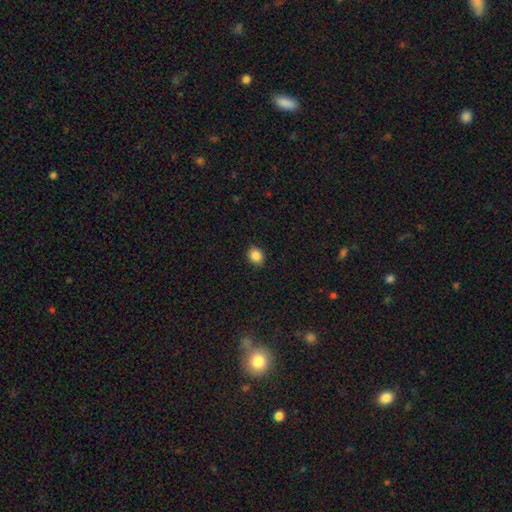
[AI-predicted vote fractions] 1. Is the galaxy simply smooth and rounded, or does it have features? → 87% smooth, 9% star or artifact, 3% featured or disk.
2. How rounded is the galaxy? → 57% round, 42% in between, 1% cigar-shaped.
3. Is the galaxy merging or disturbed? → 90% none, 7% minor disturbance, 2% major disturbance, 1% merger.